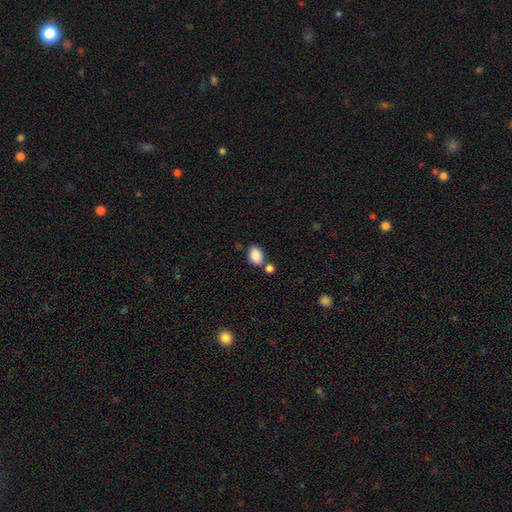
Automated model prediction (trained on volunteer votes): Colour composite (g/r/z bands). It shows a smooth galaxy with no disk features (88%) that is in between round and cigar-shaped (82%). Merging: none (68%).